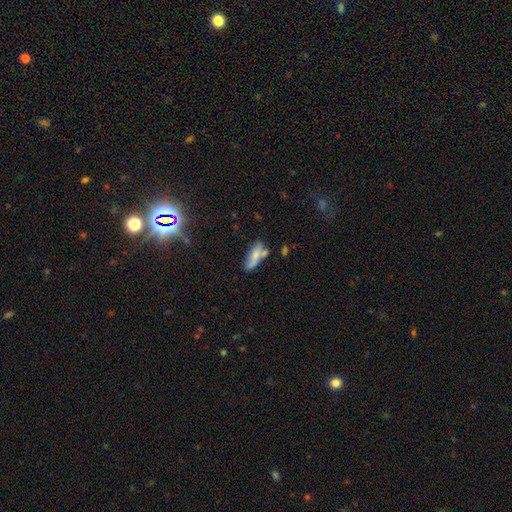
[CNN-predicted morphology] Smooth or featured?
  - smooth: 69% *
  - featured or disk: 23%
  - star or artifact: 8%
How rounded?
  - in between: 61% *
  - cigar-shaped: 36%
  - round: 3%
Merging?
  - none: 47% *
  - minor disturbance: 23%
  - merger: 22%
  - major disturbance: 8%